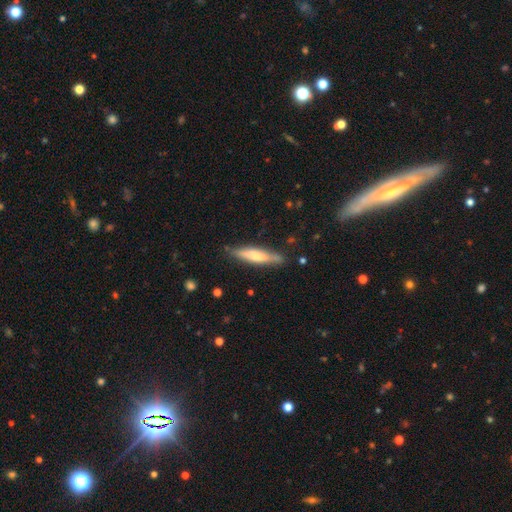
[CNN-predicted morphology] Smooth or featured?
  - smooth: 56% *
  - featured or disk: 38%
  - star or artifact: 6%
How rounded?
  - cigar-shaped: 83% *
  - in between: 16%
  - round: 1%
Merging?
  - none: 81% *
  - minor disturbance: 14%
  - major disturbance: 3%
  - merger: 2%